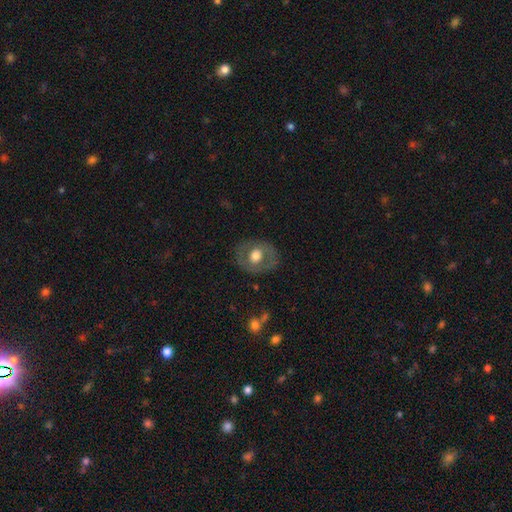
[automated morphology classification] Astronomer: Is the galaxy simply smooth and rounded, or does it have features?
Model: smooth — 50% (runner-up: featured or disk, 42%).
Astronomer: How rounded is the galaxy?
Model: round — 60% (runner-up: in between, 39%).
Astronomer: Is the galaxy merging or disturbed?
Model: none — 79%.